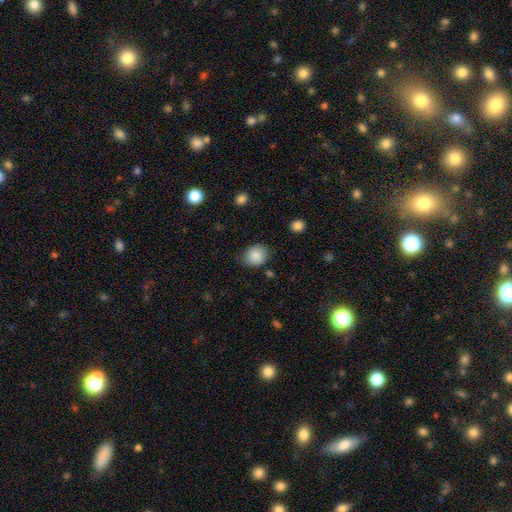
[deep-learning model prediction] Q: Smooth or featured?
A: smooth (87%); runner-up: star or artifact (8%)
Q: How rounded?
A: round (68%); runner-up: in between (31%)
Q: Merging?
A: none (79%); runner-up: minor disturbance (15%)